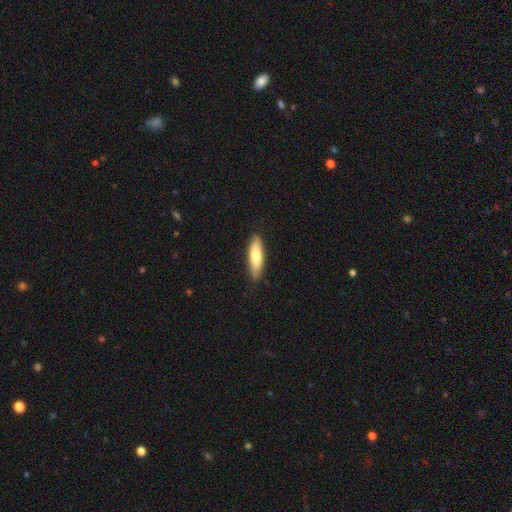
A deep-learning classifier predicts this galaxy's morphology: Smooth or featured?
  - smooth: 73% *
  - featured or disk: 22%
  - star or artifact: 5%
How rounded?
  - cigar-shaped: 55% *
  - in between: 44%
  - round: 2%
Merging?
  - none: 85% *
  - minor disturbance: 12%
  - major disturbance: 2%
  - merger: 1%